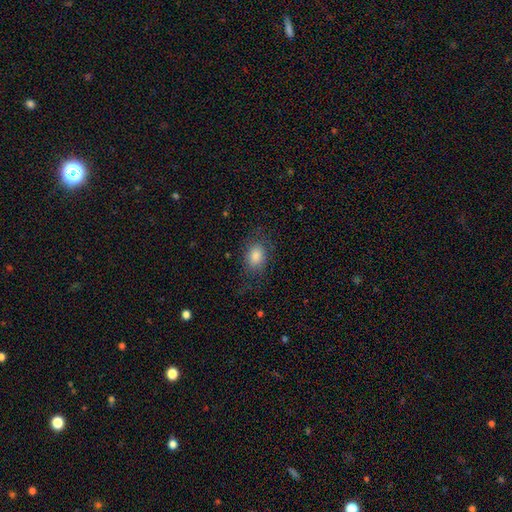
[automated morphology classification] smooth 77%, featured or disk 14%, star or artifact 10%. Down the decision tree: how rounded — in between (72%); merging — none (70%).